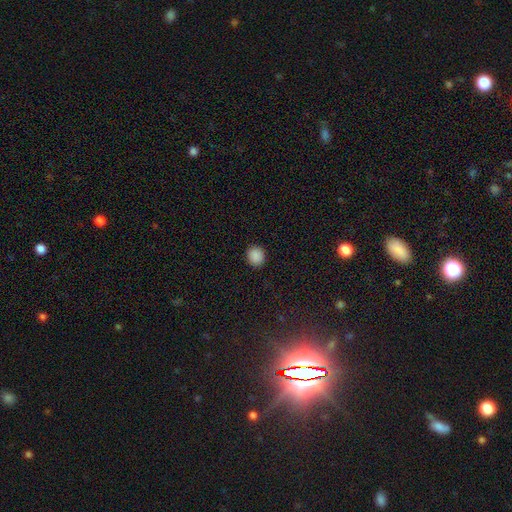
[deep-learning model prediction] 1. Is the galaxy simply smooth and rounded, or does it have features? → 88% smooth, 9% star or artifact, 3% featured or disk.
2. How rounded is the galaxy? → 80% round, 19% in between, 1% cigar-shaped.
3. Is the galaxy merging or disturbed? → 91% none, 6% minor disturbance, 2% major disturbance, 1% merger.